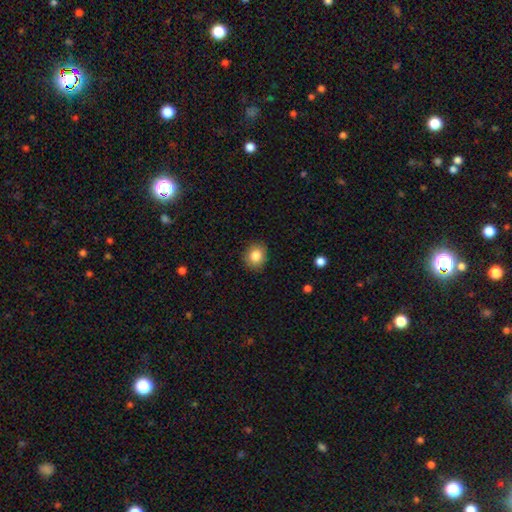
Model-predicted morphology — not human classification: Smooth or featured? Predicted: smooth (p=0.85). How rounded? Predicted: round (p=0.70). Merging? Predicted: none (p=0.87).